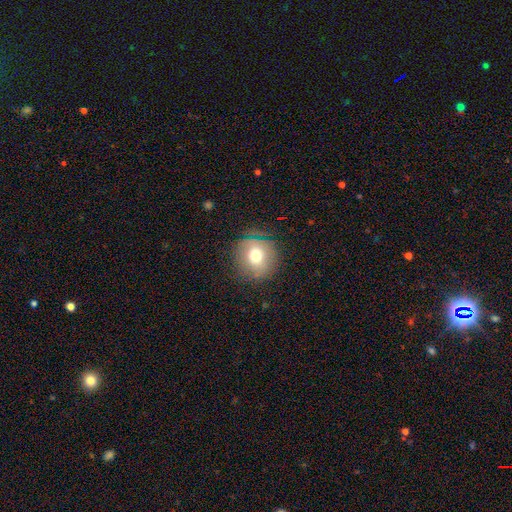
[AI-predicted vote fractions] Overall: smooth (71%). How rounded: round (87%). Merging: none (81%).